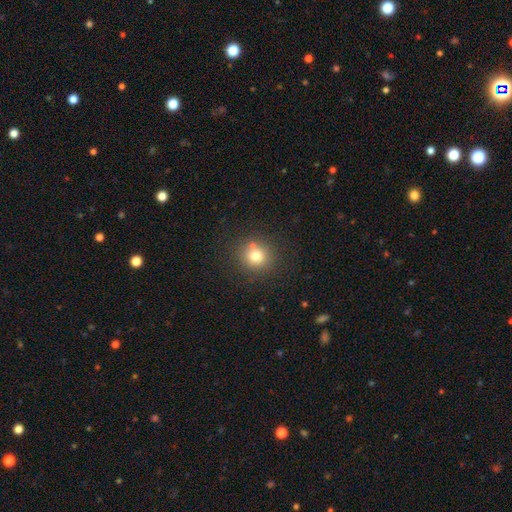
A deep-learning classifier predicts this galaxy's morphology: This is likely a smooth galaxy (76%). How rounded: clearly round (92%). Merging: clearly none (80%).